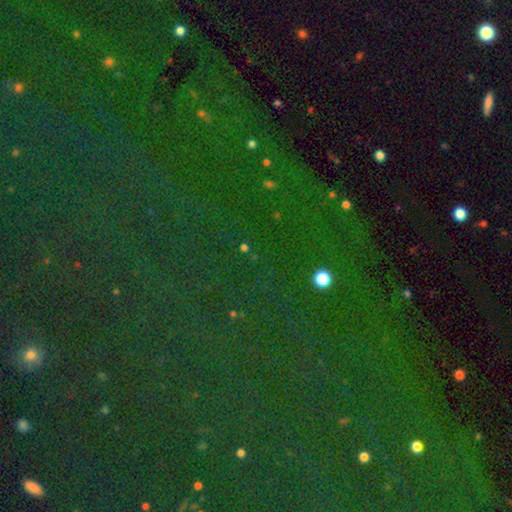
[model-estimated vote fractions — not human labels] Smooth or featured? Predicted: star or artifact (p=0.82).